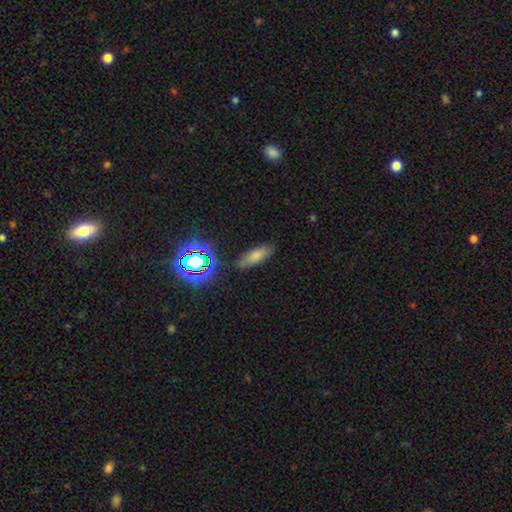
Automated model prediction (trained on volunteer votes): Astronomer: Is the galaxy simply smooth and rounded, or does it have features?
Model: smooth — 71%.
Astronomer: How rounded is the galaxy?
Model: in between — 66%.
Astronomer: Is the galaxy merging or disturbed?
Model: none — 80%.